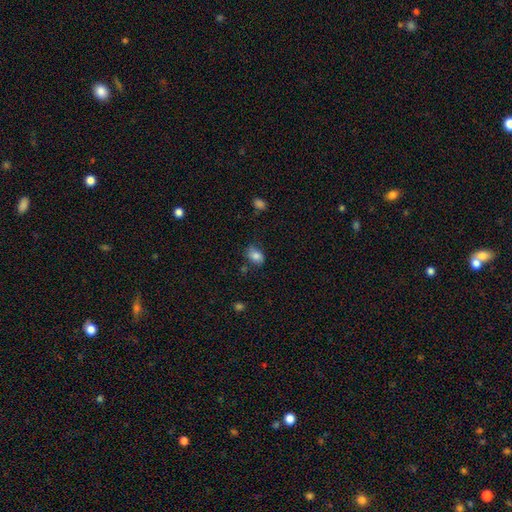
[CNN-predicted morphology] smooth-or-featured: smooth: 82% | featured or disk: 9% | star or artifact: 9%
  how-rounded: in between: 79% | round: 20% | cigar-shaped: 1%
  merging: none: 64% | minor disturbance: 25% | major disturbance: 7% | merger: 4%